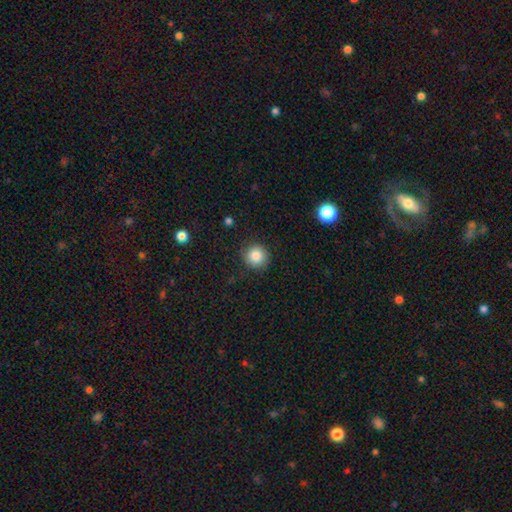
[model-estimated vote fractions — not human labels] smooth-or-featured: smooth: 85% | star or artifact: 10% | featured or disk: 6%
  how-rounded: round: 92% | in between: 7% | cigar-shaped: 1%
  merging: none: 86% | minor disturbance: 10% | major disturbance: 3% | merger: 1%